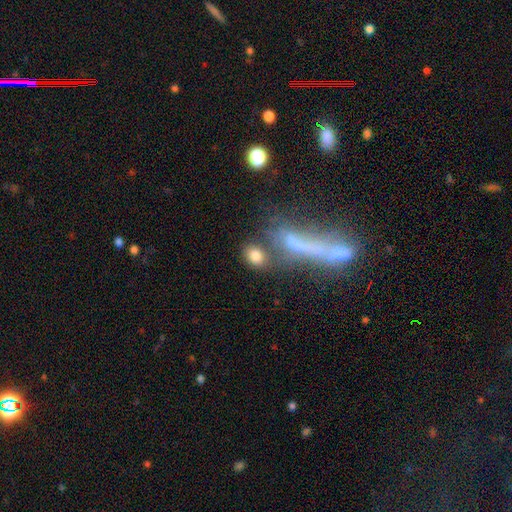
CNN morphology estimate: smooth 79%, featured or disk 11%, star or artifact 10%. Down the decision tree: how rounded — in between (60%); merging — none (52%).